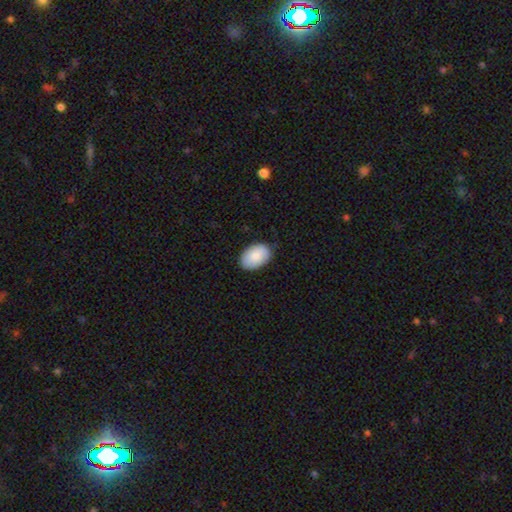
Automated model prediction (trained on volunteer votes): This is clearly a smooth galaxy (86%). How rounded: clearly in between (90%). Merging: clearly none (83%).